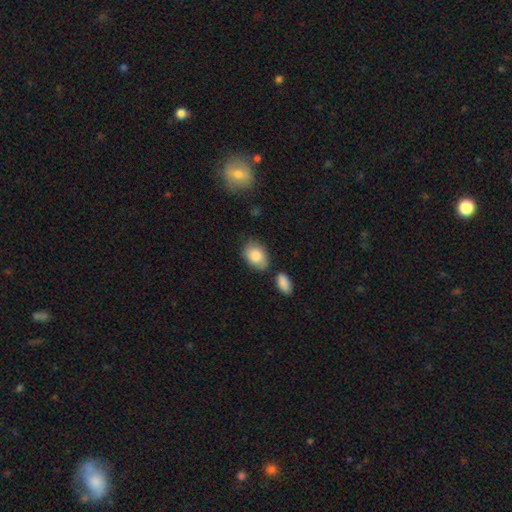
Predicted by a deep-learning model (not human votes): smooth_or_featured: smooth (p=0.85) [alt: featured or disk p=0.09]
how_rounded: in between (p=0.85) [alt: round p=0.14]
merging: none (p=0.66) [alt: minor disturbance p=0.20]